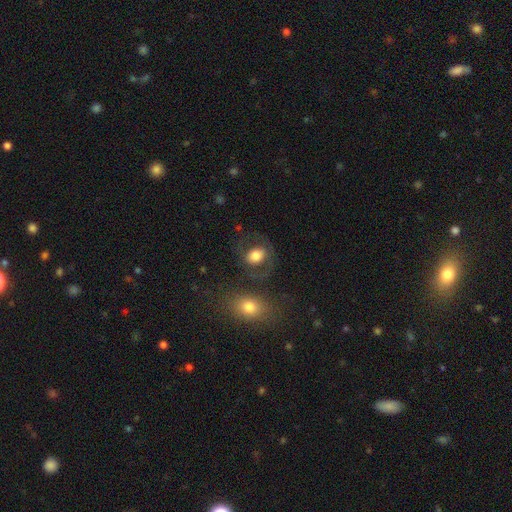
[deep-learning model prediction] A smooth galaxy with no disk features (66%) that is round (50%). Merging: none (67%).